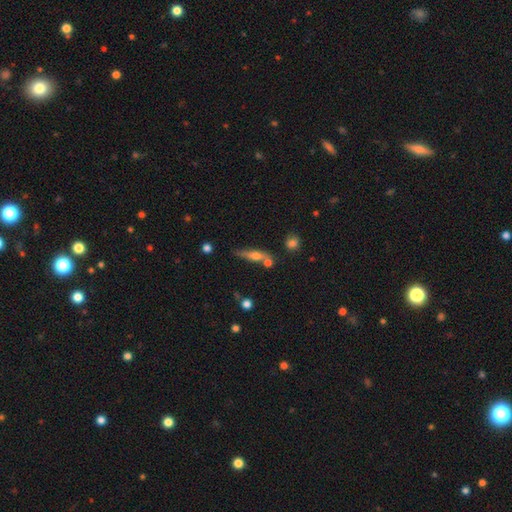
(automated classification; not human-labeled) smooth-or-featured: featured or disk: 46% (tied) | smooth: 46% (tied) | star or artifact: 8%
  merging: none: 61% | minor disturbance: 17% | merger: 17% | major disturbance: 5%